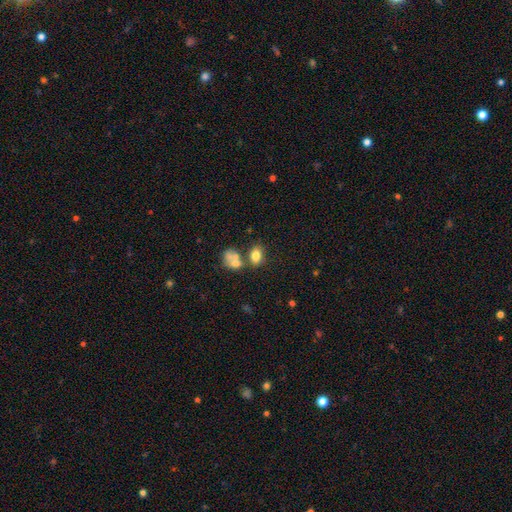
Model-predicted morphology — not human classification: Smooth or featured? Predicted: smooth (p=0.75). How rounded? Predicted: in between (p=0.78). Merging? Predicted: none (p=0.49).